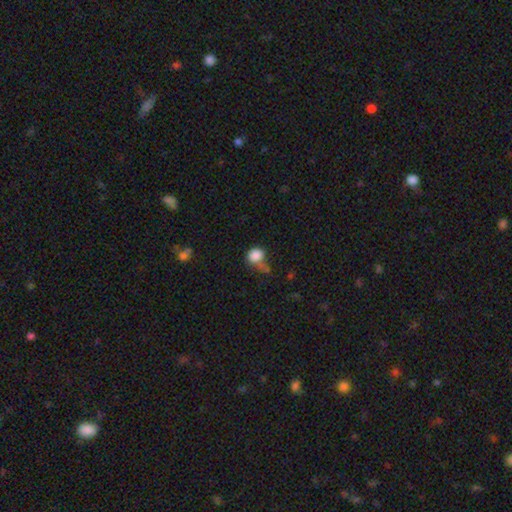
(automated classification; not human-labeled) Smooth or featured? Predicted: smooth (p=0.84). How rounded? Predicted: round (p=0.68). Merging? Predicted: none (p=0.40).